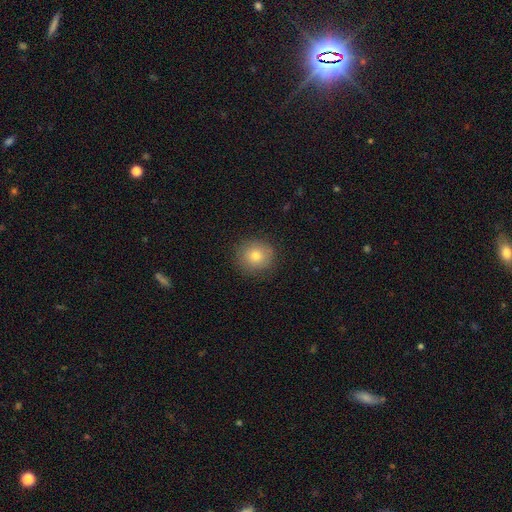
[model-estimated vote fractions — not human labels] Overall: smooth (76%). How rounded: round (91%). Merging: none (87%).